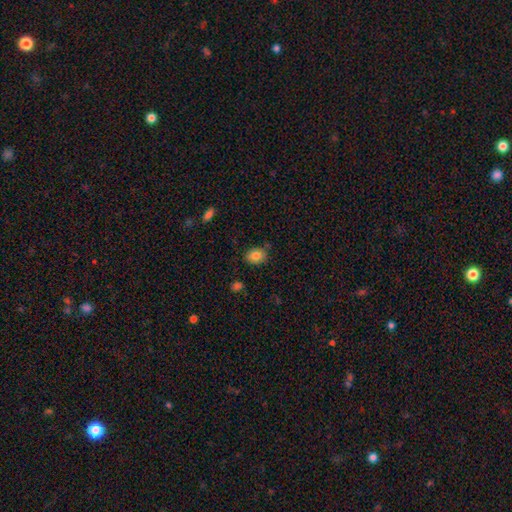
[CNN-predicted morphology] Smooth or featured: smooth — 82% (star or artifact — 9%)
How rounded: in between — 58% (round — 41%)
Merging: none — 79% (minor disturbance — 15%)